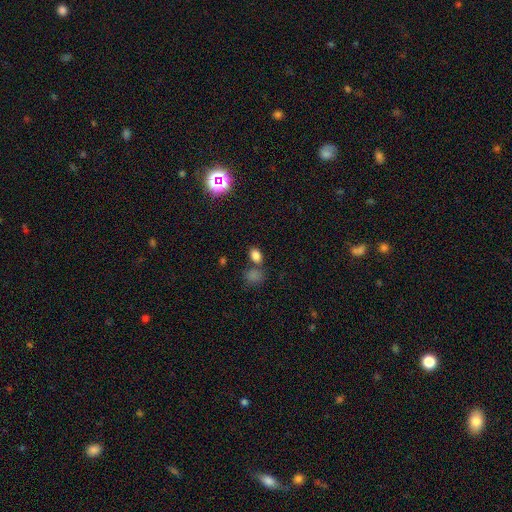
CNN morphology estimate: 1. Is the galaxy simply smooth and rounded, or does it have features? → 80% smooth, 15% star or artifact, 6% featured or disk.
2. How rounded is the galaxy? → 82% in between, 17% round, 2% cigar-shaped.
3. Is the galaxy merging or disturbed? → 61% none, 23% merger, 12% minor disturbance, 4% major disturbance.